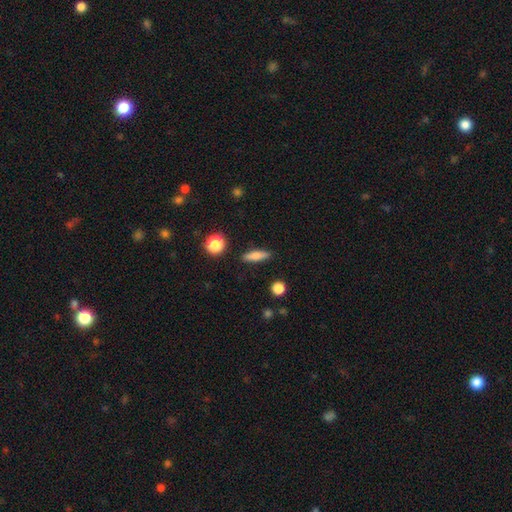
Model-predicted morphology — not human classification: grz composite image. It shows a smooth galaxy with no disk features (75%) that is cigar-shaped (62%). Merging: none (87%).